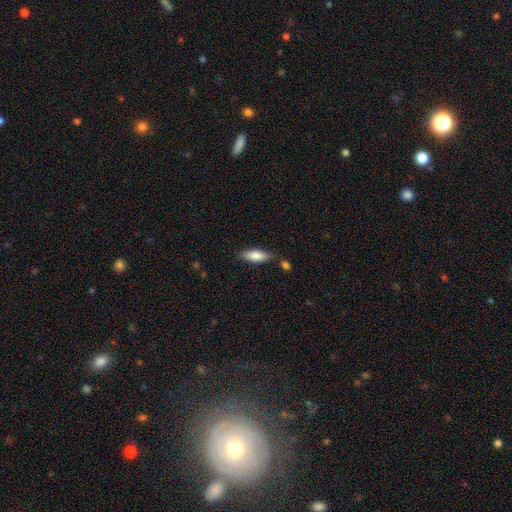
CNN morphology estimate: A smooth galaxy with no disk features (81%) that is in between round and cigar-shaped (64%).

Vote fractions:
- Smooth or featured? smooth: 81% / featured or disk: 13% / star or artifact: 6%
- How rounded? in between: 64% / cigar-shaped: 34% / round: 2%
- Merging? none: 77% / minor disturbance: 14% / merger: 6% / major disturbance: 3%